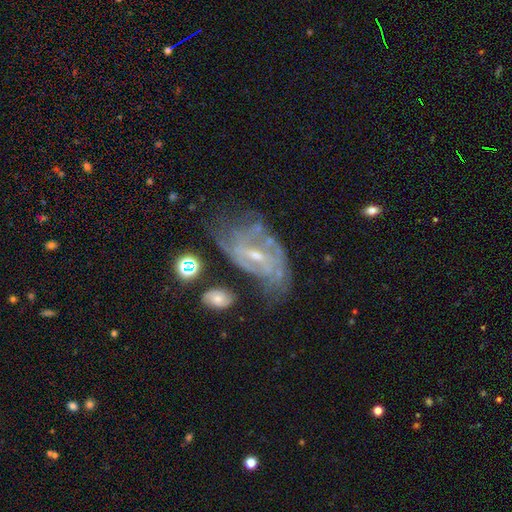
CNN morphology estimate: A featured or disk galaxy (78%) with a weak bar (47%), tight (44%) spiral arms (78%) and a small central bulge (64%). Merging: none (45%).